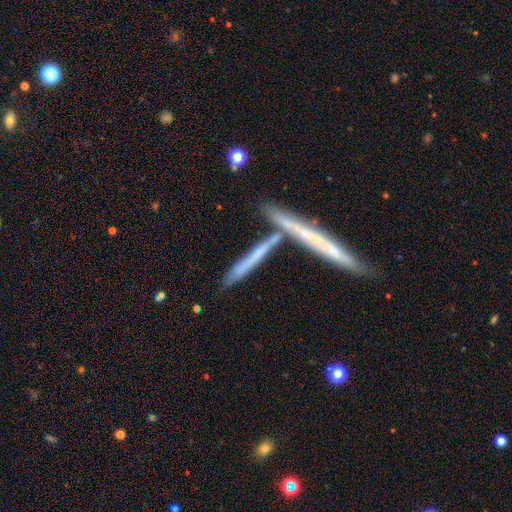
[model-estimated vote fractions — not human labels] A featured or disk galaxy (51%) viewed edge-on (92%).

Vote fractions:
- Smooth or featured? featured or disk: 51% / smooth: 41% / star or artifact: 8%
- Edge-on disk? yes: 92% / no: 8%
- Merging? none: 64% / merger: 23% / minor disturbance: 10% / major disturbance: 3%